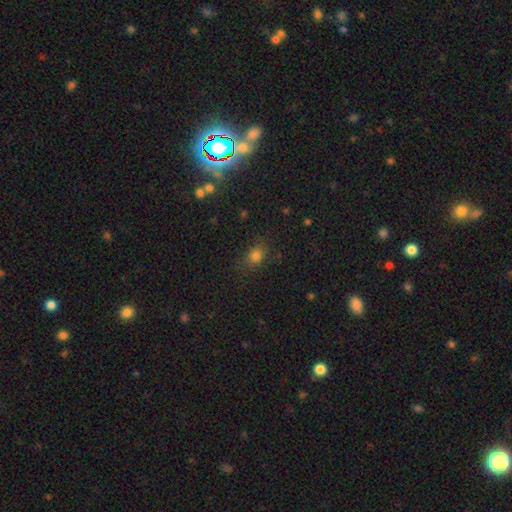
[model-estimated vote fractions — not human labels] smooth_or_featured: smooth (p=0.77) [alt: star or artifact p=0.16]
how_rounded: in between (p=0.53) [alt: round p=0.45]
merging: none (p=0.78) [alt: minor disturbance p=0.15]